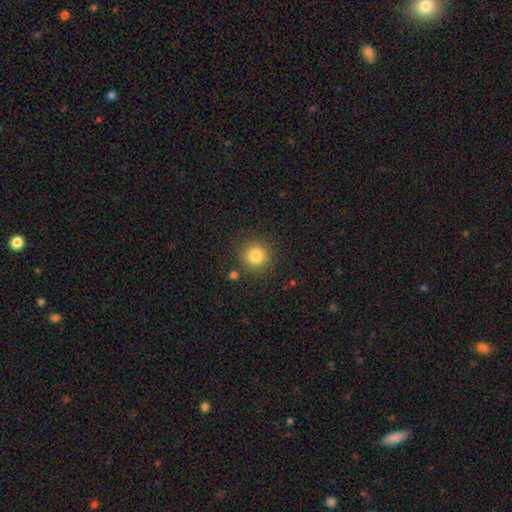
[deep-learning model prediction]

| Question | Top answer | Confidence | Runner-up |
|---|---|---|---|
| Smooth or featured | smooth | 83% | star or artifact (12%) |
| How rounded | round | 94% | in between (5%) |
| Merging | none | 88% | minor disturbance (7%) |